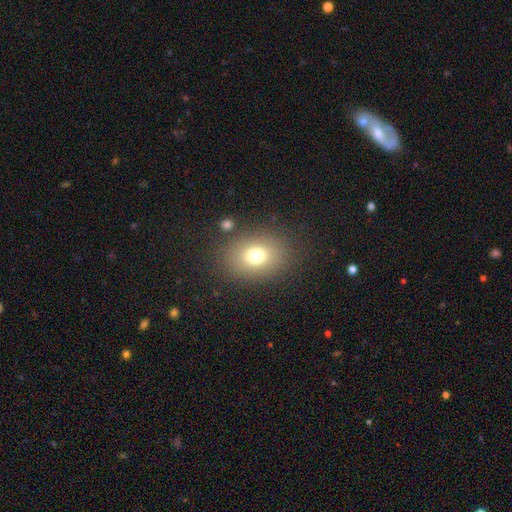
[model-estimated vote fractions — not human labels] This is likely a smooth galaxy (74%). How rounded: possibly in between (57%). Merging: clearly none (83%).